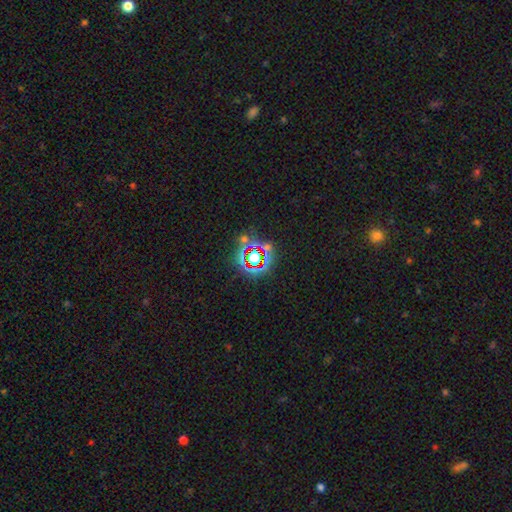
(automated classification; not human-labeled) smooth-or-featured: star or artifact: 71% | smooth: 18% | featured or disk: 10%